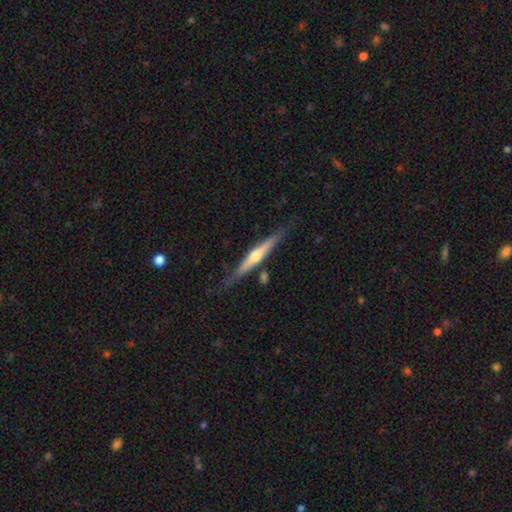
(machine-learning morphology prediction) This appears to be a featured or disk galaxy (69%) viewed edge-on (97%) with a rounded central bulge (86%). Merging: none (78%).